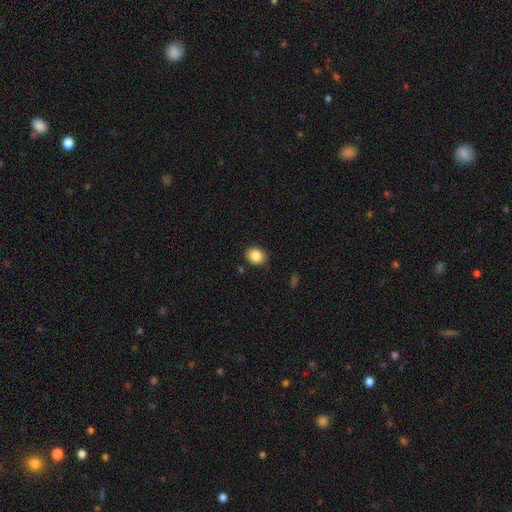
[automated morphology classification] A smooth galaxy with no disk features (86%) that is round (59%). Merging: none (87%).